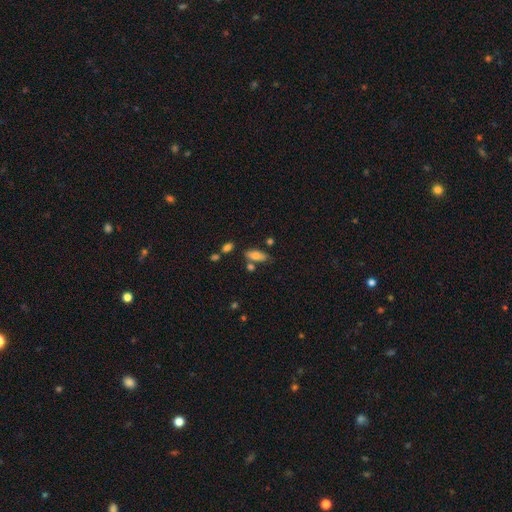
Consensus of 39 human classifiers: smooth-or-featured: smooth: 85% | featured or disk: 13% | star or artifact: 3%
  how-rounded: in between: 88% | cigar-shaped: 12% | round: 0%
  merging: none: 66% | merger: 16% | minor disturbance: 13% | major disturbance: 5%